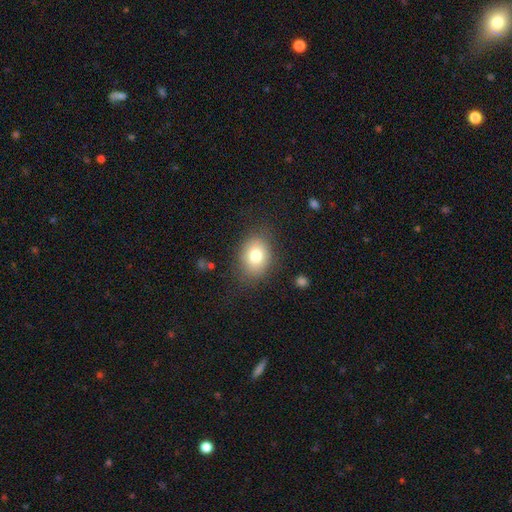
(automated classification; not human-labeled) A smooth galaxy with no disk features (78%) that is in between round and cigar-shaped (62%). Merging: none (79%).